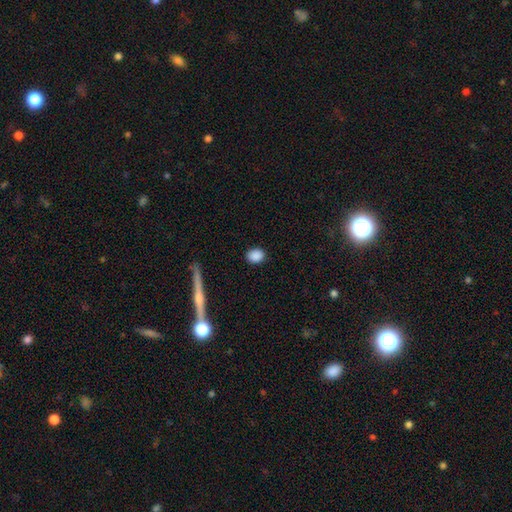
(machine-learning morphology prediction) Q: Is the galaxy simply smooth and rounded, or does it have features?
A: smooth — 88%.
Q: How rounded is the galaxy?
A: in between — 58%.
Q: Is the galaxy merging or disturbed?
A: none — 88%.